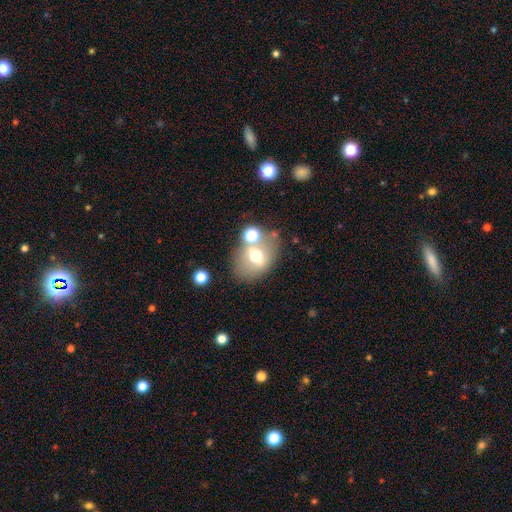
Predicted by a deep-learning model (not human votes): Smooth or featured: smooth — 53% (featured or disk — 35%)
How rounded: in between — 67% (round — 32%)
Merging: none — 61% (merger — 16%)